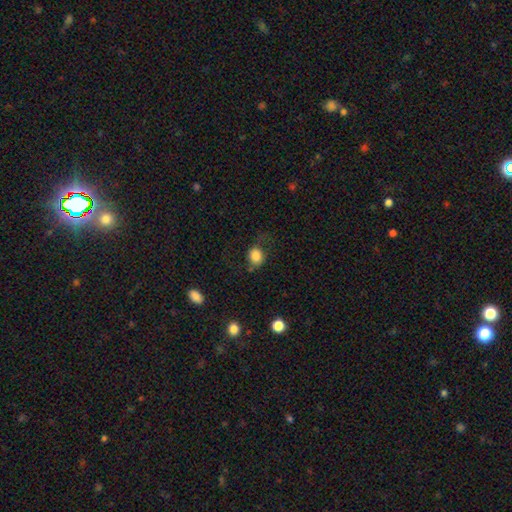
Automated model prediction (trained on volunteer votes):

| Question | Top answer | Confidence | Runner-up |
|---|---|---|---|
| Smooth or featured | smooth | 82% | star or artifact (10%) |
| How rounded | round | 65% | in between (34%) |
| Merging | none | 58% | minor disturbance (24%) |